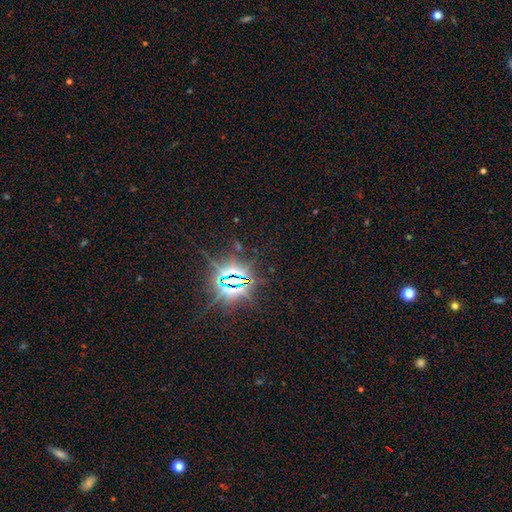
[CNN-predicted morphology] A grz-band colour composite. It shows a star or artifact, not a galaxy (86%).